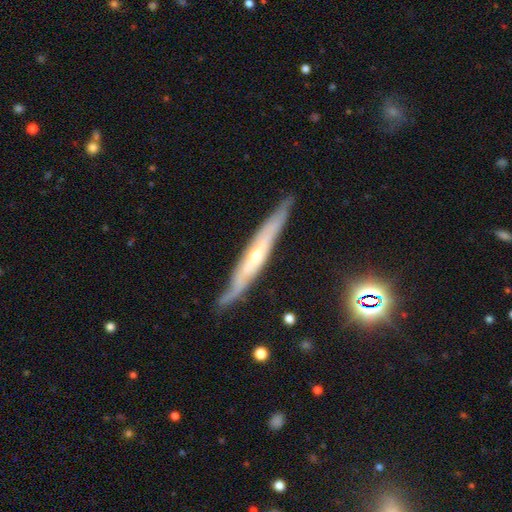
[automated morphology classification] smooth-or-featured: featured or disk: 72% | smooth: 21% | star or artifact: 7%
  disk-edge-on: yes: 82% | no: 18%
    edge-on-bulge: rounded: 58% | none: 37% | boxy: 5%
  merging: none: 81% | minor disturbance: 15% | major disturbance: 3% | merger: 1%